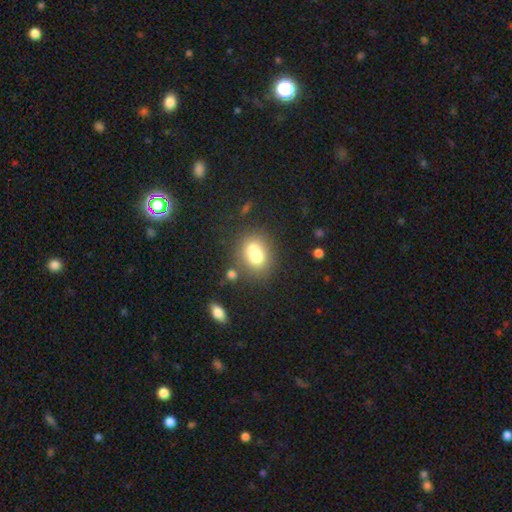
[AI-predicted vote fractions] The model was most divided on "merging": merger: 45%, none: 39%, minor disturbance: 11%, major disturbance: 5%. More confident: smooth or featured — smooth (68%); how rounded — round (55%).